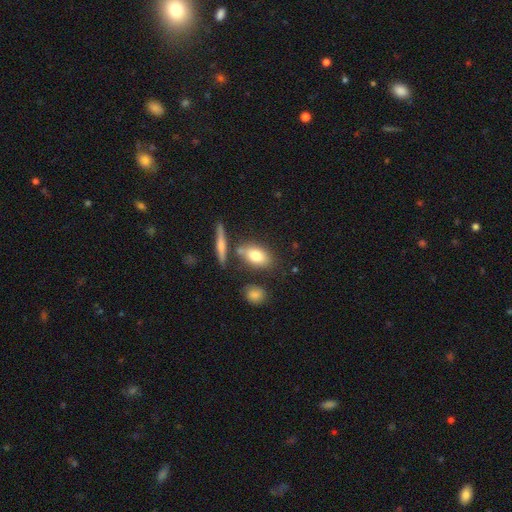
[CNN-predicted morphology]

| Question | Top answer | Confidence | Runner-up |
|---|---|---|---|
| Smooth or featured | smooth | 75% | featured or disk (17%) |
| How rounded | in between | 83% | round (10%) |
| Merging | none | 66% | merger (15%) |